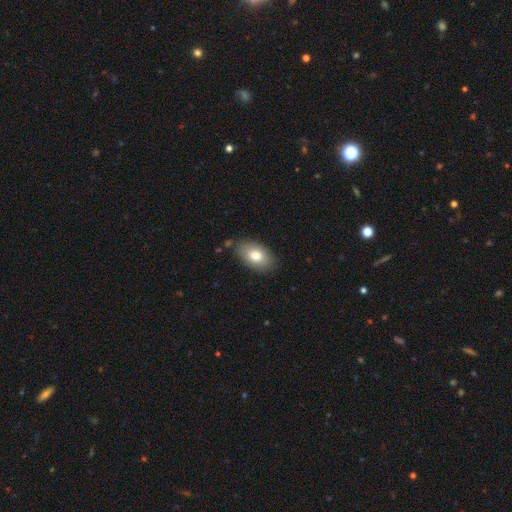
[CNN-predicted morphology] Smooth or featured?
  - smooth: 77% *
  - featured or disk: 15%
  - star or artifact: 7%
How rounded?
  - in between: 90% *
  - round: 8%
  - cigar-shaped: 1%
Merging?
  - none: 82% *
  - minor disturbance: 13%
  - major disturbance: 3%
  - merger: 3%